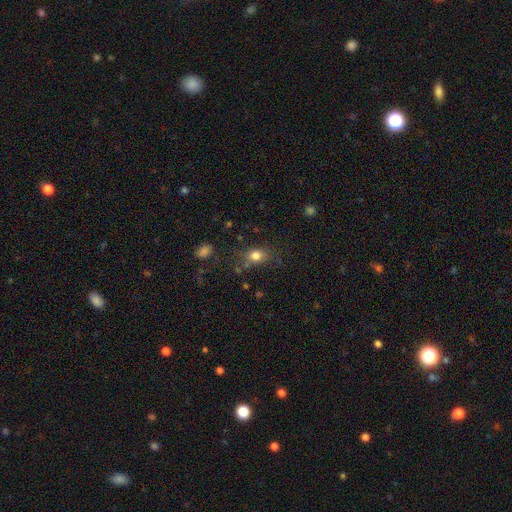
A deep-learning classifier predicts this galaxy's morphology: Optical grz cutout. It shows a smooth galaxy with no disk features (78%) that is in between round and cigar-shaped (53%). Merging: none (70%).